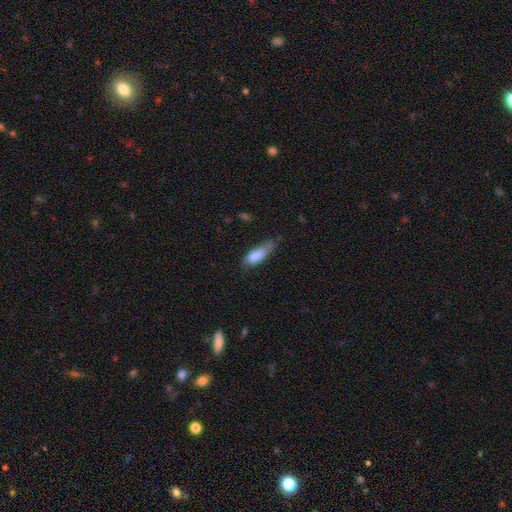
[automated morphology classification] type=smooth (82%); roundness=in between (60%); merging=minor disturbance (42%).